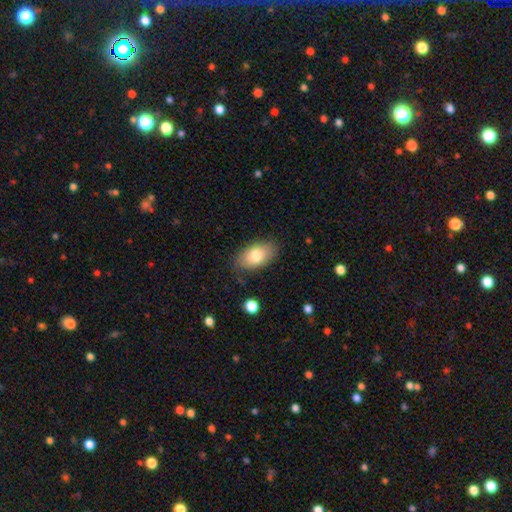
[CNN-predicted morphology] type=smooth (78%); roundness=in between (92%); merging=none (79%).